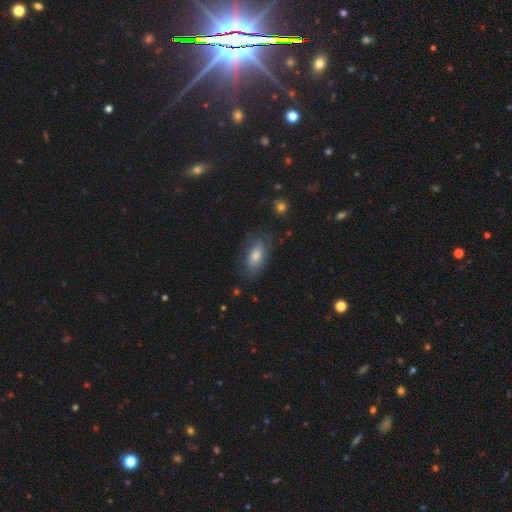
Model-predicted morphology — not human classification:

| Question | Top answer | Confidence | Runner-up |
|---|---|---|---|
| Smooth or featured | smooth | 56% | featured or disk (32%) |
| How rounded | in between | 84% | cigar-shaped (11%) |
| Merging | none | 70% | minor disturbance (20%) |